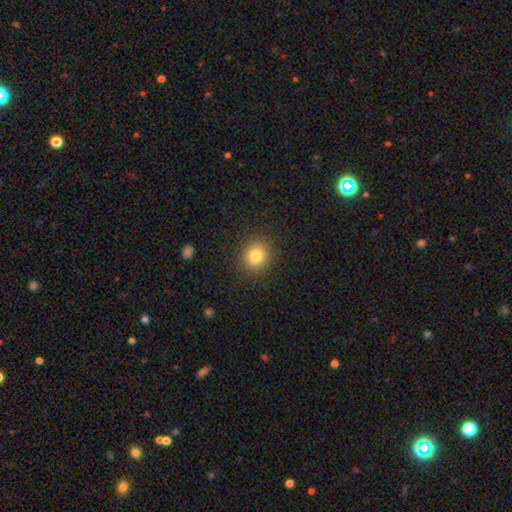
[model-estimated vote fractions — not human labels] A smooth galaxy with no disk features (81%) that is round (79%).

Vote fractions:
- Smooth or featured? smooth: 81% / star or artifact: 12% / featured or disk: 7%
- How rounded? round: 79% / in between: 21% / cigar-shaped: 1%
- Merging? none: 89% / minor disturbance: 7% / major disturbance: 3% / merger: 1%